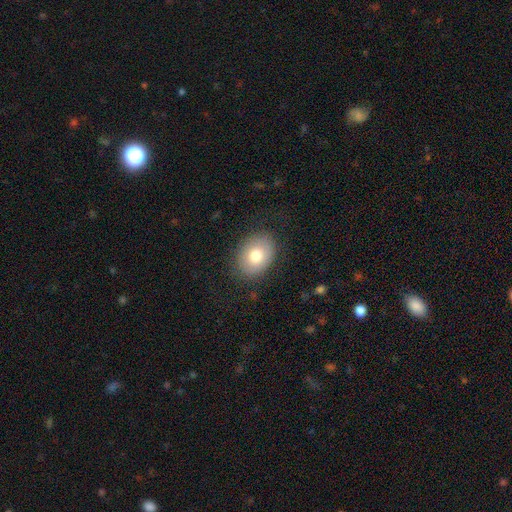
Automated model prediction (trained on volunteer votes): smooth 77%, featured or disk 15%, star or artifact 8%. Down the decision tree: how rounded — in between (72%); merging — none (84%).